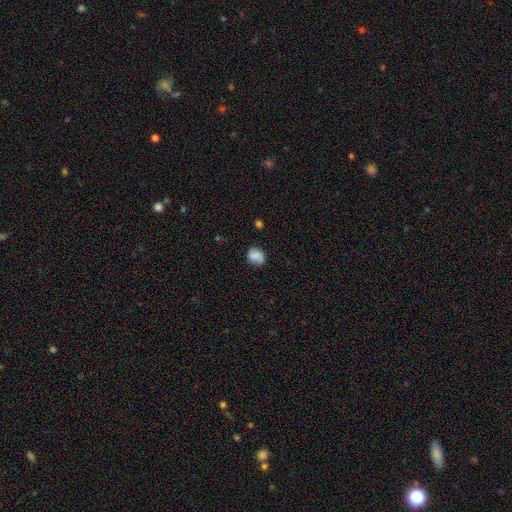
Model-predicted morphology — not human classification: smooth-or-featured: smooth: 72% | featured or disk: 18% | star or artifact: 9%
  how-rounded: round: 55% | in between: 44% | cigar-shaped: 1%
  merging: none: 67% | minor disturbance: 24% | major disturbance: 7% | merger: 2%